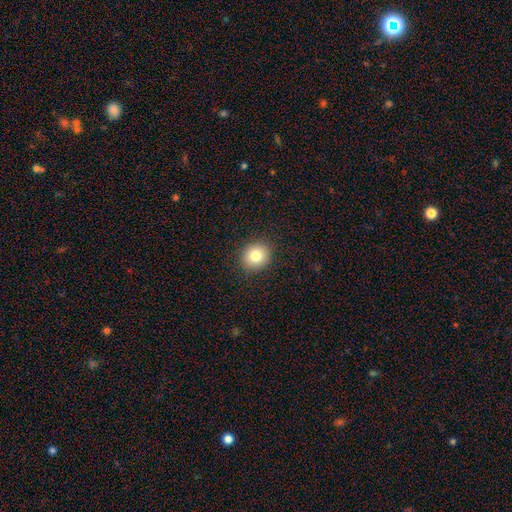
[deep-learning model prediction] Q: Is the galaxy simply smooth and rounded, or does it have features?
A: smooth — 82%.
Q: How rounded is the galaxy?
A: round — 79%.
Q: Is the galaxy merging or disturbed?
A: none — 91%.